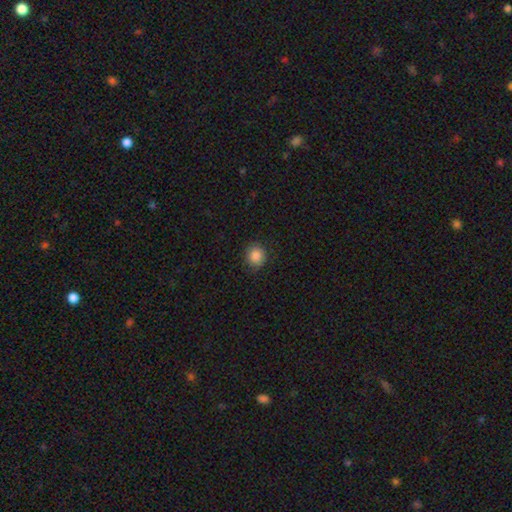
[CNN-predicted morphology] Smooth or featured? smooth (87%)
How rounded? round (86%)
Merging? none (87%)